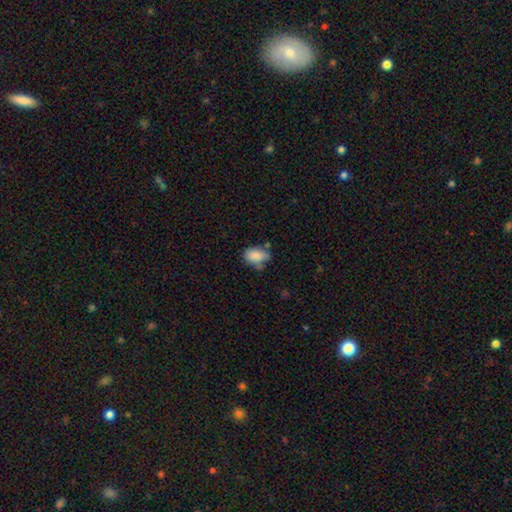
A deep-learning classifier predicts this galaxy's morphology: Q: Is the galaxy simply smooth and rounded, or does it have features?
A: smooth — 83%.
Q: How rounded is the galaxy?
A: in between — 85%.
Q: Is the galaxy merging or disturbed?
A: none — 51%.